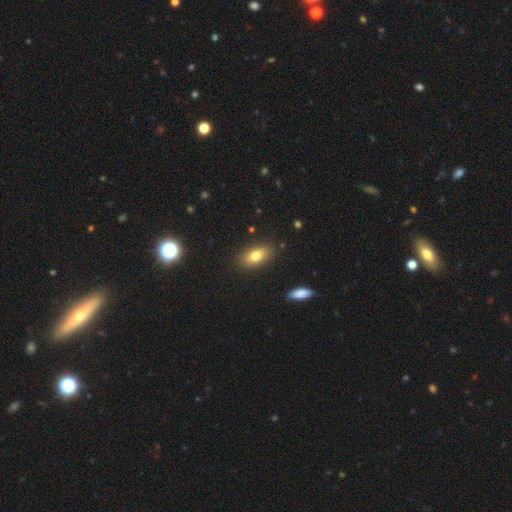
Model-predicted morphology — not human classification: Smooth or featured: smooth — 78% (featured or disk — 13%)
How rounded: in between — 87% (round — 7%)
Merging: none — 86% (minor disturbance — 10%)